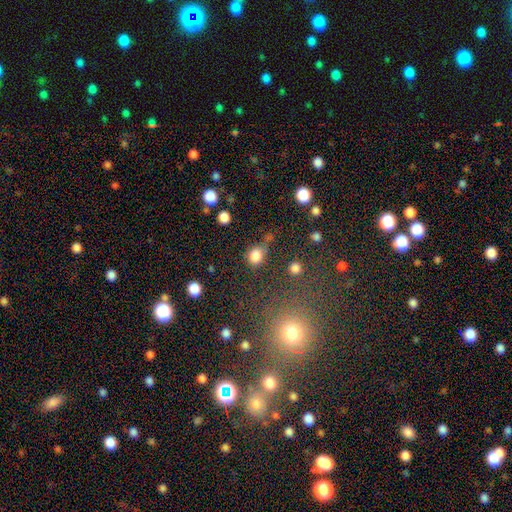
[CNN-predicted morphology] Smooth or featured?
  - smooth: 82% *
  - star or artifact: 11%
  - featured or disk: 7%
How rounded?
  - round: 61% *
  - in between: 37%
  - cigar-shaped: 2%
Merging?
  - none: 51% *
  - minor disturbance: 26%
  - merger: 12%
  - major disturbance: 11%